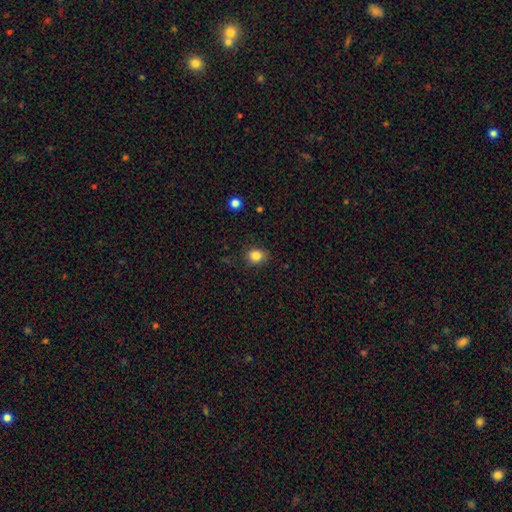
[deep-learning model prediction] Q: Smooth or featured?
A: smooth (84%); runner-up: star or artifact (11%)
Q: How rounded?
A: round (64%); runner-up: in between (35%)
Q: Merging?
A: none (84%); runner-up: minor disturbance (12%)